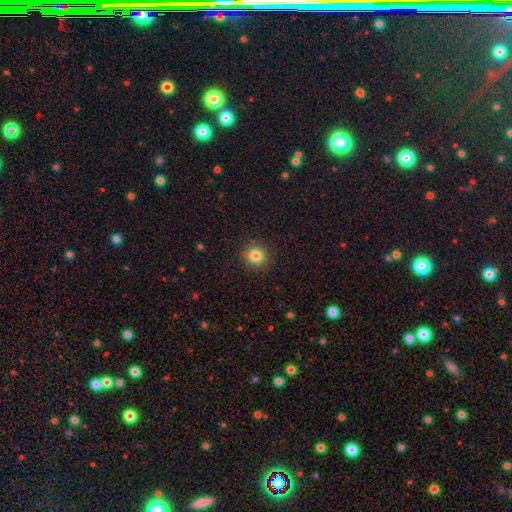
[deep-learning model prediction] Smooth or featured? smooth (83%)
How rounded? round (93%)
Merging? none (91%)